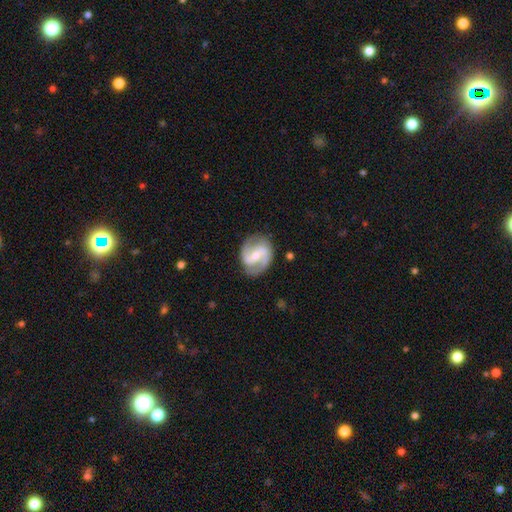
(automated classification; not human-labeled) The model was most divided on "bar": weak: 45%, strong: 36%, no: 19%. More confident: edge-on disk — no (98%); spiral arms — yes (96%); spiral arm count — 2 (92%); smooth or featured — featured or disk (86%); merging — none (82%); spiral winding — medium (53%); bulge size — small (52%).